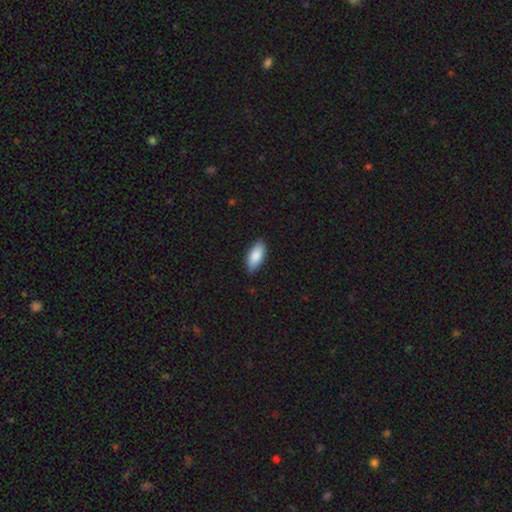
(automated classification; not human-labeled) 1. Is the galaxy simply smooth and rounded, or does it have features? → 86% smooth, 8% featured or disk, 6% star or artifact.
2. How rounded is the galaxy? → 87% in between, 12% cigar-shaped, 2% round.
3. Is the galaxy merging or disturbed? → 86% none, 11% minor disturbance, 2% major disturbance, 1% merger.